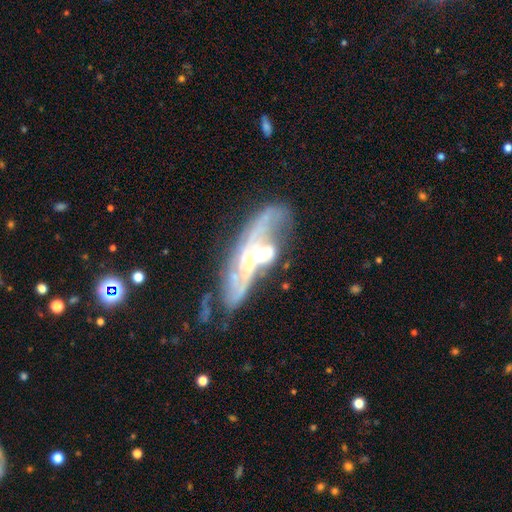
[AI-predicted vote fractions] A featured or disk galaxy (81%) with no bar (60%), 2 (46%) loose (41%) spiral arms (86%) and a moderate central bulge (52%). Merging: none (31%).